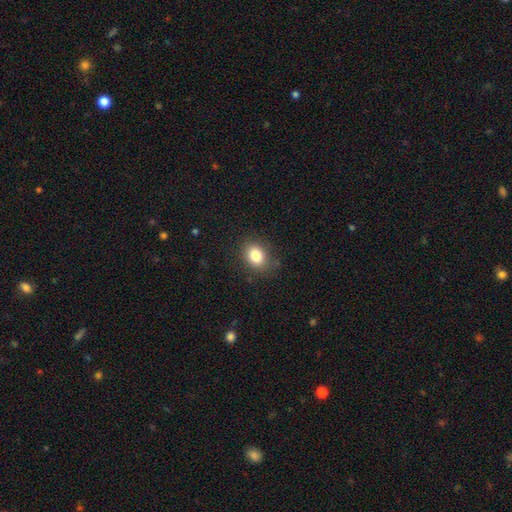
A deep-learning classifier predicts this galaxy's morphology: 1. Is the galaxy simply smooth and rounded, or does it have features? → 83% smooth, 10% star or artifact, 7% featured or disk.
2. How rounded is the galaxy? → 55% in between, 44% round, 1% cigar-shaped.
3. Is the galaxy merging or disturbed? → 82% none, 13% minor disturbance, 4% major disturbance, 1% merger.